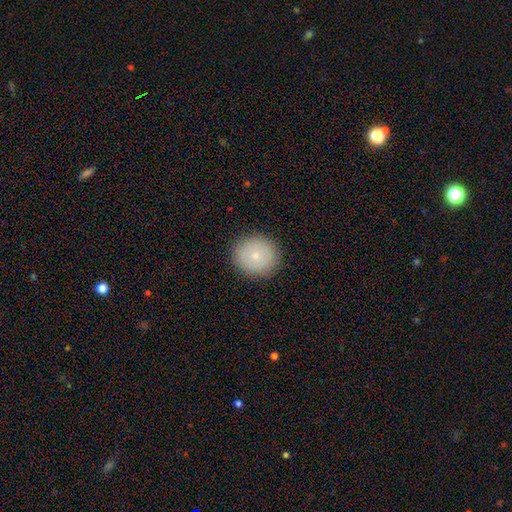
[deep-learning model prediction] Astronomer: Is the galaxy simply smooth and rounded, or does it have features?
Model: smooth — 74%.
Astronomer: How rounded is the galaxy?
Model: round — 87%.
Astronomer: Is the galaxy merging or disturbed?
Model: none — 89%.